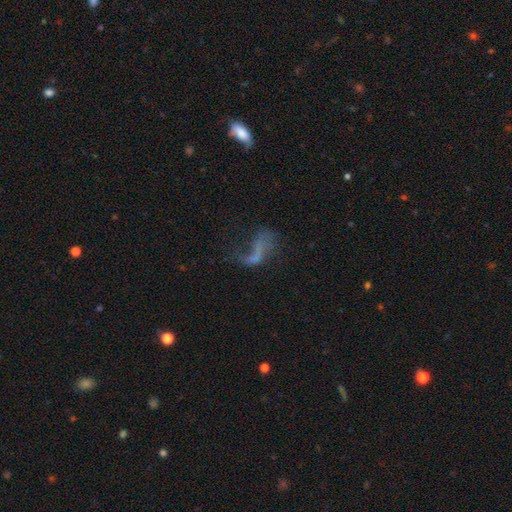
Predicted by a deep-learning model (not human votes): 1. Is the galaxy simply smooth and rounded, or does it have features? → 48% featured or disk, 33% smooth, 20% star or artifact.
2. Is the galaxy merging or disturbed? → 43% major disturbance, 32% none, 16% minor disturbance, 10% merger.